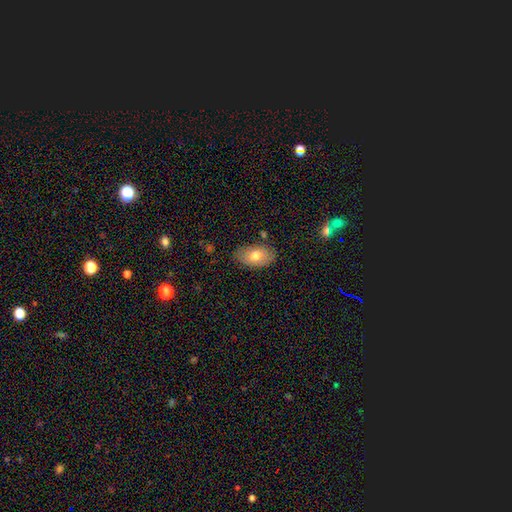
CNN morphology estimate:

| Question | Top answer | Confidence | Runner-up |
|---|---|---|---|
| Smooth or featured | smooth | 72% | featured or disk (21%) |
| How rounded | in between | 92% | round (6%) |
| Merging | none | 79% | minor disturbance (16%) |